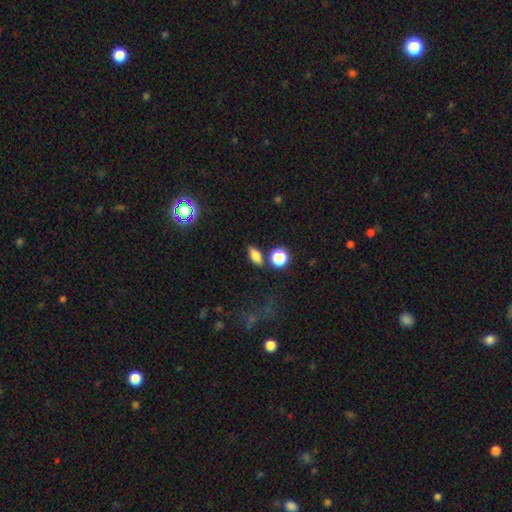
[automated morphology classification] This appears to be a smooth galaxy with no disk features (76%) that is in between round and cigar-shaped (75%). Merging: none (78%).